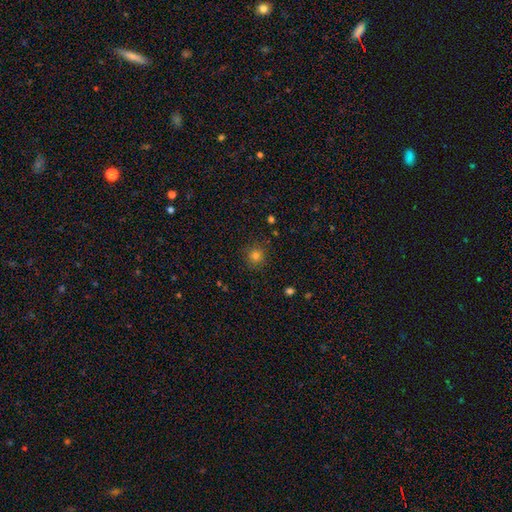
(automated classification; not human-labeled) Smooth or featured? smooth (79%)
How rounded? round (92%)
Merging? none (87%)